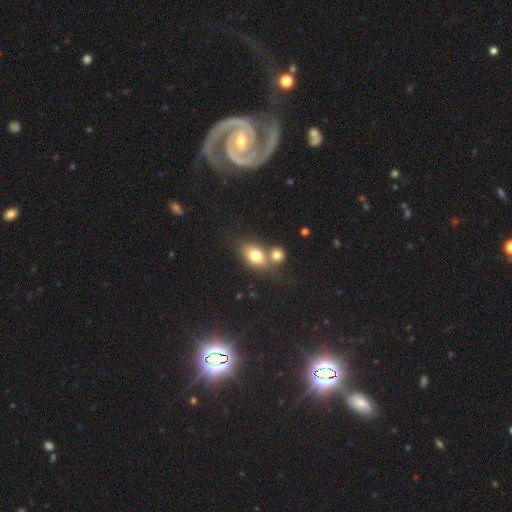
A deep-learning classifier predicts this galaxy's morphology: smooth_or_featured: smooth (p=0.76) [alt: featured or disk p=0.14]
how_rounded: in between (p=0.71) [alt: round p=0.26]
merging: merger (p=0.46) [alt: none p=0.40]